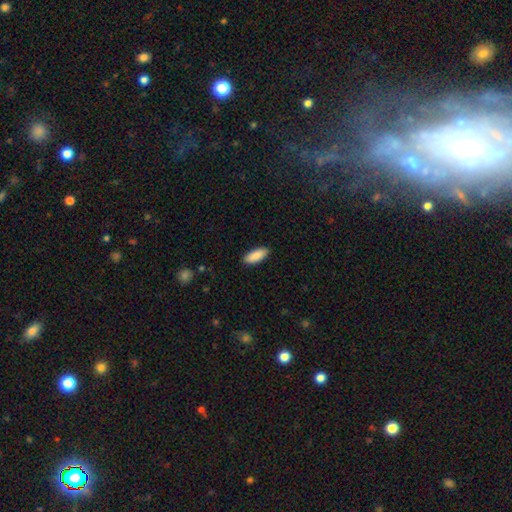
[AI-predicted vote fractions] A smooth galaxy with no disk features (90%) that is in between round and cigar-shaped (77%).

Vote fractions:
- Smooth or featured? smooth: 90% / star or artifact: 6% / featured or disk: 4%
- How rounded? in between: 77% / cigar-shaped: 21% / round: 2%
- Merging? none: 90% / minor disturbance: 8% / major disturbance: 2% / merger: 1%